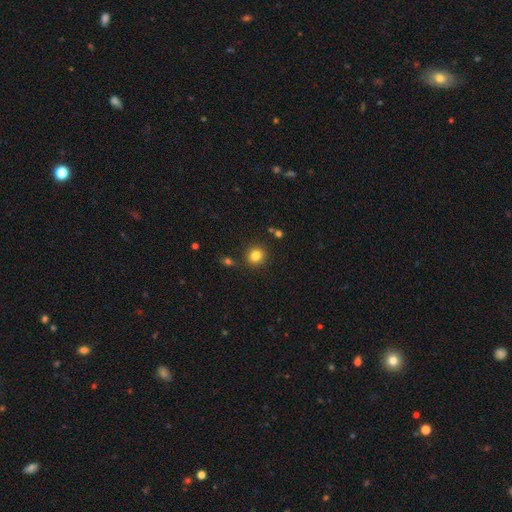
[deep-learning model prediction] smooth-or-featured: smooth: 82% | star or artifact: 12% | featured or disk: 6%
  how-rounded: round: 87% | in between: 12% | cigar-shaped: 1%
  merging: none: 86% | minor disturbance: 8% | merger: 4% | major disturbance: 2%